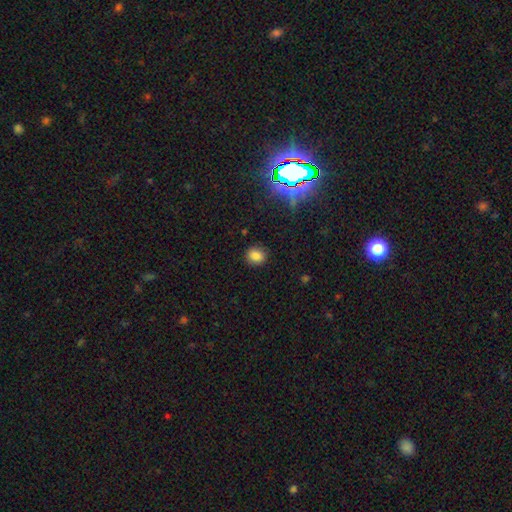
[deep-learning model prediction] This is clearly a smooth galaxy (82%). How rounded: likely round (69%). Merging: clearly none (87%).